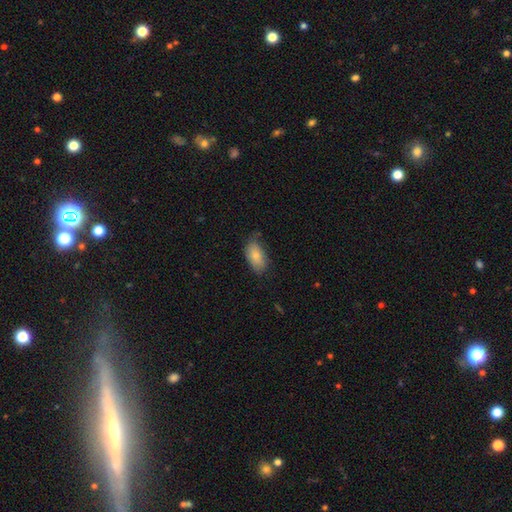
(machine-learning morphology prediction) Q: Smooth or featured?
A: smooth (82%); runner-up: featured or disk (11%)
Q: How rounded?
A: in between (93%); runner-up: round (4%)
Q: Merging?
A: none (63%); runner-up: minor disturbance (29%)